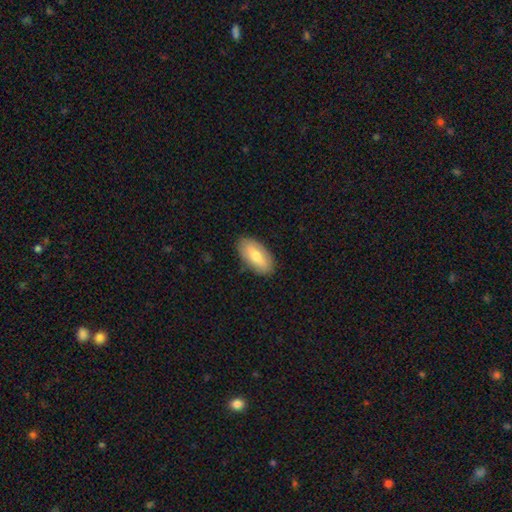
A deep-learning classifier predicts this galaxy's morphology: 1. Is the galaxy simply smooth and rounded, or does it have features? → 70% smooth, 24% featured or disk, 6% star or artifact.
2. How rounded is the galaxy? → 91% in between, 6% cigar-shaped, 3% round.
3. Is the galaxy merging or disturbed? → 86% none, 11% minor disturbance, 2% major disturbance, 1% merger.